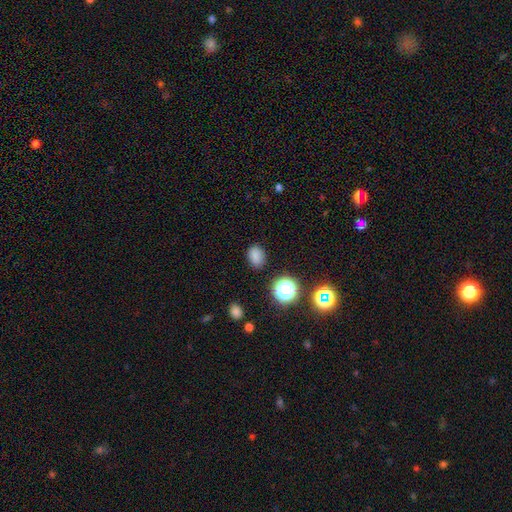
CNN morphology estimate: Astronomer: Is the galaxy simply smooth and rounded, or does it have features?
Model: smooth — 81%.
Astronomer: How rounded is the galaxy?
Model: in between — 66%.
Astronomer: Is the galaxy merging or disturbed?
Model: none — 84%.